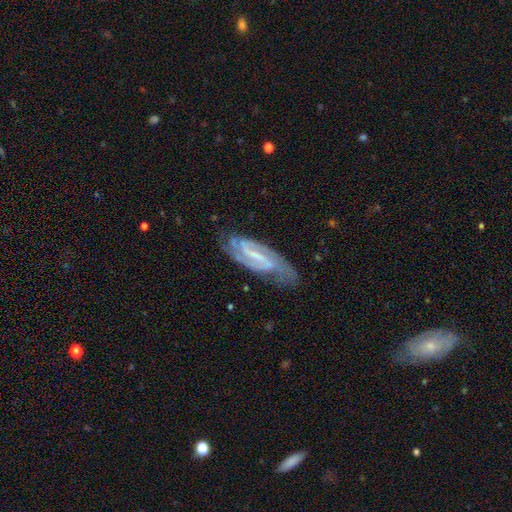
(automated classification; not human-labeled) Overall: featured or disk (87%). Edge-on disk: no (91%). Bar: strong (51%; weak 36%). Spiral arms: yes (96%). Spiral arm count: 2 (85%). Spiral winding: medium (46%; tight 39%). Bulge size: small (54%; none 27%). Merging: none (76%).